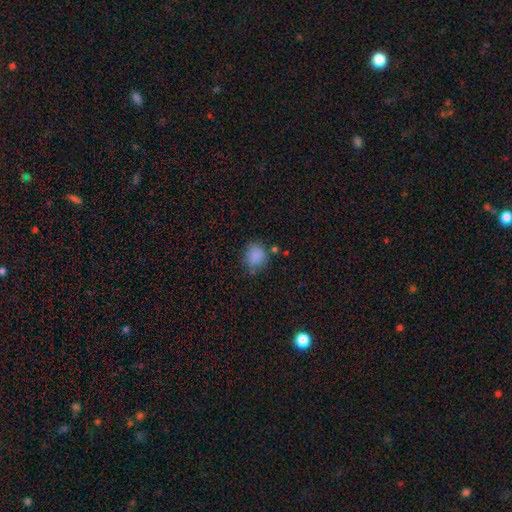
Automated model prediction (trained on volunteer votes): Q: Smooth or featured?
A: smooth (85%); runner-up: star or artifact (10%)
Q: How rounded?
A: round (74%); runner-up: in between (25%)
Q: Merging?
A: none (74%); runner-up: minor disturbance (17%)